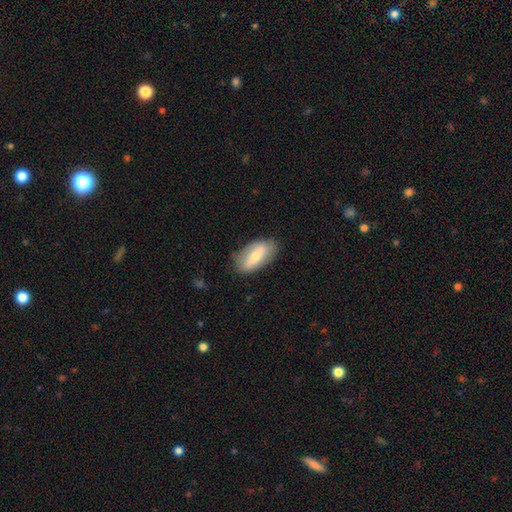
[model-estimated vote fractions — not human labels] This is likely a smooth galaxy (63%). How rounded: clearly in between (88%). Merging: likely none (76%).